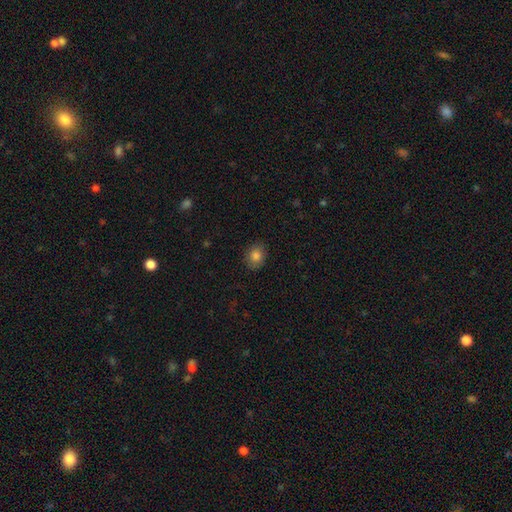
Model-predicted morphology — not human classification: Smooth or featured?
  - smooth: 83% *
  - star or artifact: 10%
  - featured or disk: 7%
How rounded?
  - round: 55% *
  - in between: 44%
  - cigar-shaped: 1%
Merging?
  - none: 85% *
  - minor disturbance: 12%
  - major disturbance: 3%
  - merger: 1%